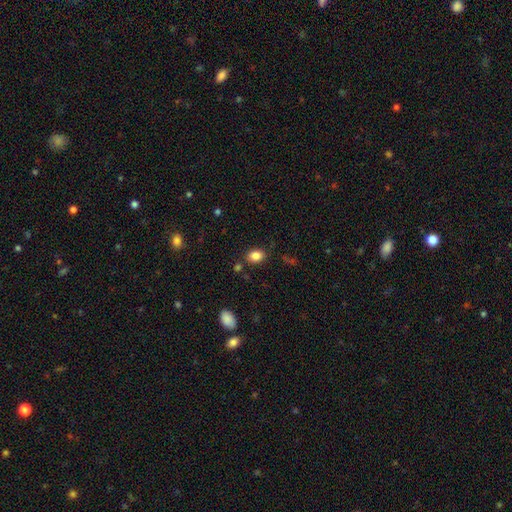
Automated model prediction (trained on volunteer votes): Morphology: type=smooth (84%); roundness=in between (74%); merging=none (82%).